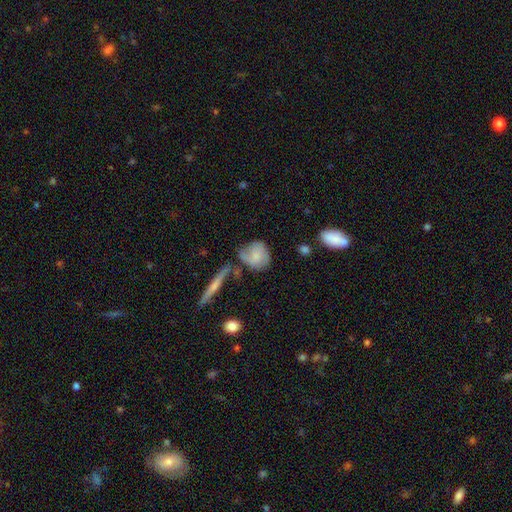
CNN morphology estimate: This appears to be a smooth galaxy with no disk features (62%) that is round (65%). Merging: none (42%).